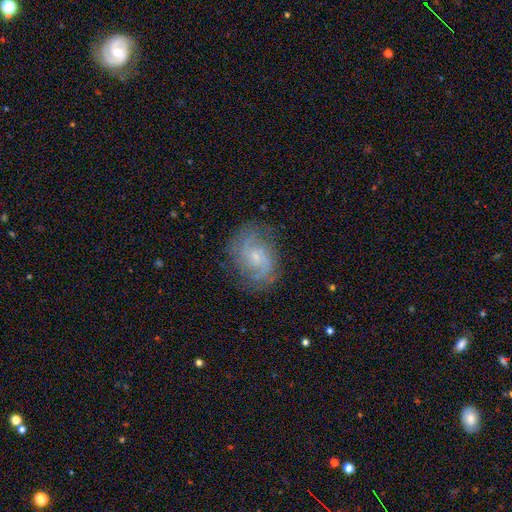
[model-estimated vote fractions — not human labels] A featured or disk galaxy (79%) with no bar (58%), 2 (62%) medium (45%) spiral arms (95%) and a small central bulge (70%).

Vote fractions:
- Smooth or featured? featured or disk: 79% / smooth: 13% / star or artifact: 8%
- Edge-on disk? no: 97% / yes: 3%
- Bar? no: 58% / weak: 37% / strong: 5%
- Spiral arms? yes: 95% / no: 5%
- Spiral winding? medium: 45% / tight: 39% / loose: 17%
- Spiral arm count? 2: 62% / can't tell: 19% / 3: 9% / 4: 4% / 1: 4% / more than 4: 3%
- Bulge size? small: 70% / moderate: 21% / none: 7% / large: 2% / dominant: 1%
- Merging? none: 76% / minor disturbance: 16% / major disturbance: 7% / merger: 1%